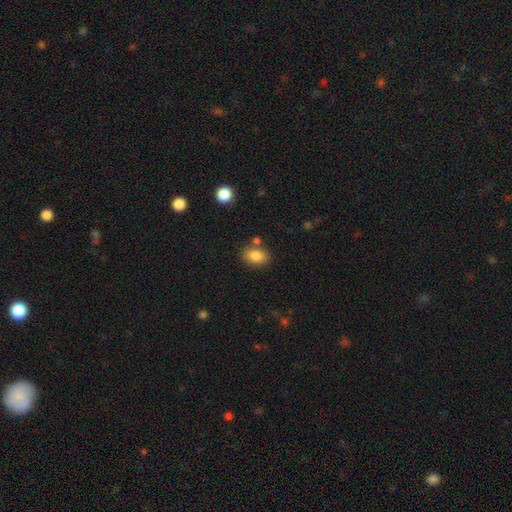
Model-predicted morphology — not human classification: Smooth or featured? smooth (84%)
How rounded? in between (81%)
Merging? none (75%)